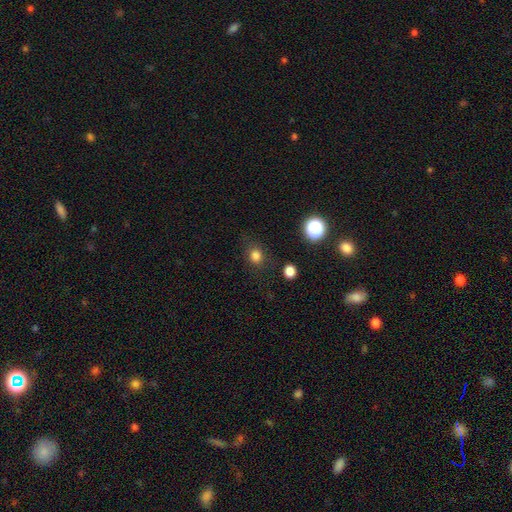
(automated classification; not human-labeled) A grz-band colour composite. It shows a smooth galaxy with no disk features (80%) that is round (74%). Merging: none (80%).